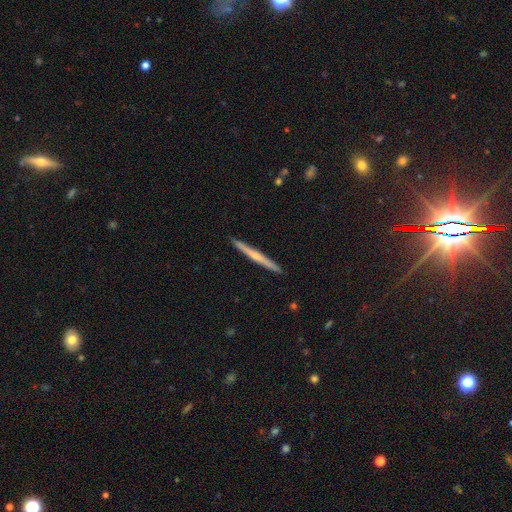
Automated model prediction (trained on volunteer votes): smooth_or_featured: featured or disk (p=0.65) [alt: smooth p=0.29]
disk_edge_on: yes (p=0.98) [alt: no p=0.02]
edge_on_bulge: rounded (p=0.66) [alt: none p=0.30]
merging: none (p=0.93) [alt: minor disturbance p=0.05]